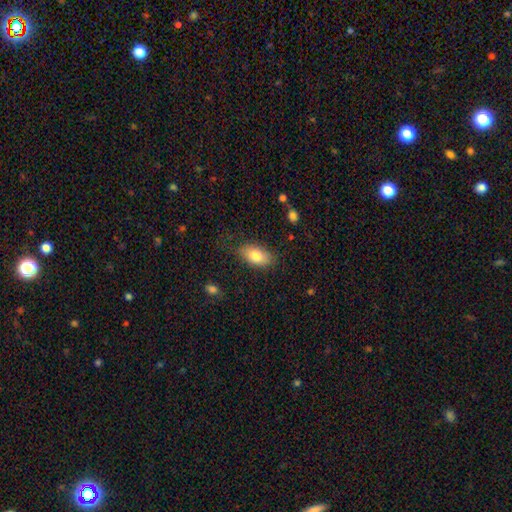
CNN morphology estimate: Smooth or featured? Predicted: smooth (p=0.79). How rounded? Predicted: in between (p=0.91). Merging? Predicted: none (p=0.74).